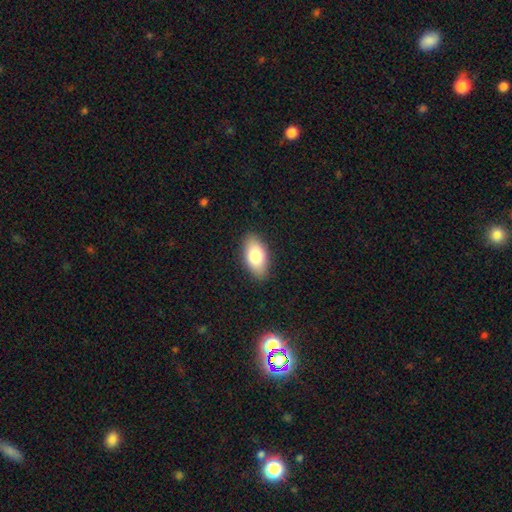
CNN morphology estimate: A smooth galaxy with no disk features (80%) that is in between round and cigar-shaped (93%). Merging: none (87%).